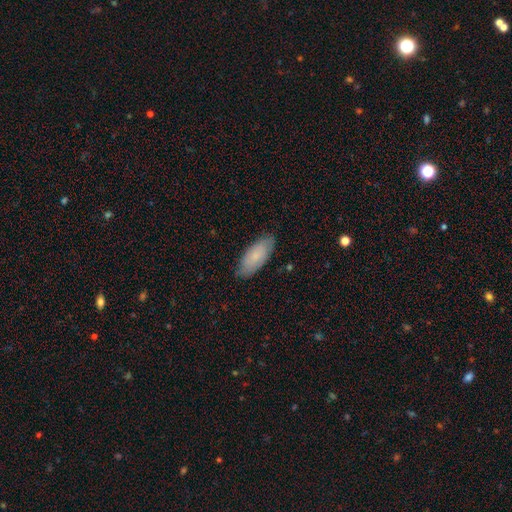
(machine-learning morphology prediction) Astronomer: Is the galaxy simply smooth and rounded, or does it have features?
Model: smooth — 76%.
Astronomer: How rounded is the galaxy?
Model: in between — 84%.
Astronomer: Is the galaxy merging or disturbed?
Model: none — 82%.